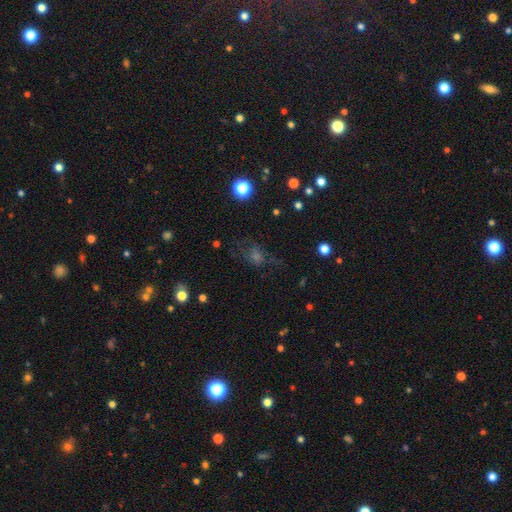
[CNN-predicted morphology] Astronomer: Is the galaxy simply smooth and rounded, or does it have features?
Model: smooth — 44% (runner-up: star or artifact, 33%).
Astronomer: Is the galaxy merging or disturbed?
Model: none — 57%.